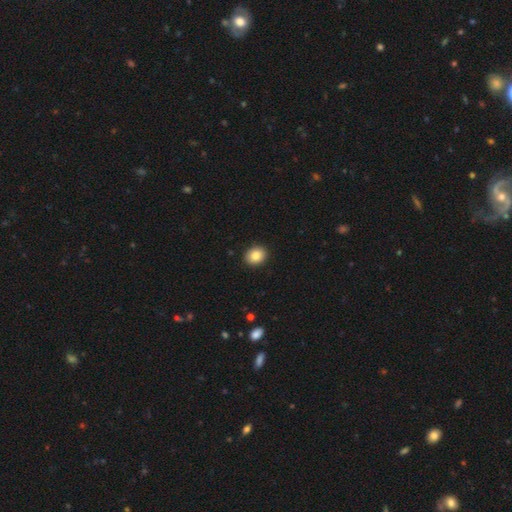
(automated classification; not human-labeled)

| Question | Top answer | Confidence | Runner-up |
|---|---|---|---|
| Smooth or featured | smooth | 86% | star or artifact (9%) |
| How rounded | round | 61% | in between (38%) |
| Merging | none | 91% | minor disturbance (6%) |